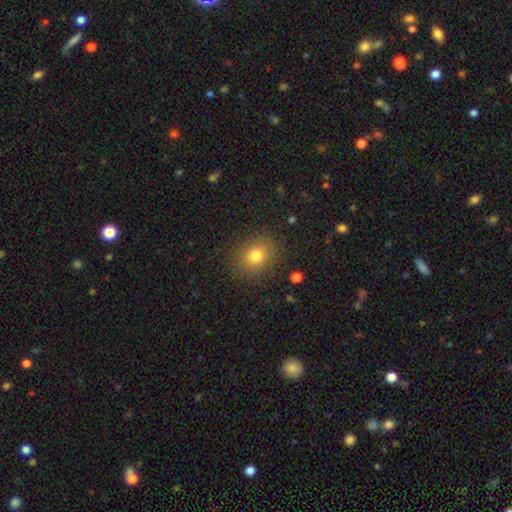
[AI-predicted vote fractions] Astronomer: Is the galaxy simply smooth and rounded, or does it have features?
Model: smooth — 78%.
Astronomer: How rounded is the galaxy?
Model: round — 63%.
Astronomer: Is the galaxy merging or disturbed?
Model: none — 86%.